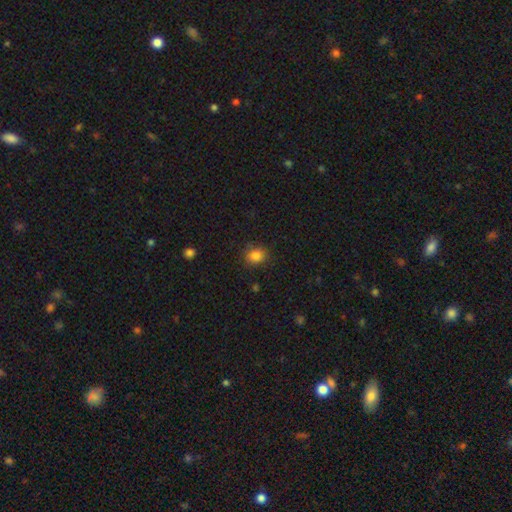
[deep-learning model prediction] Smooth or featured? smooth (84%)
How rounded? round (72%)
Merging? none (85%)